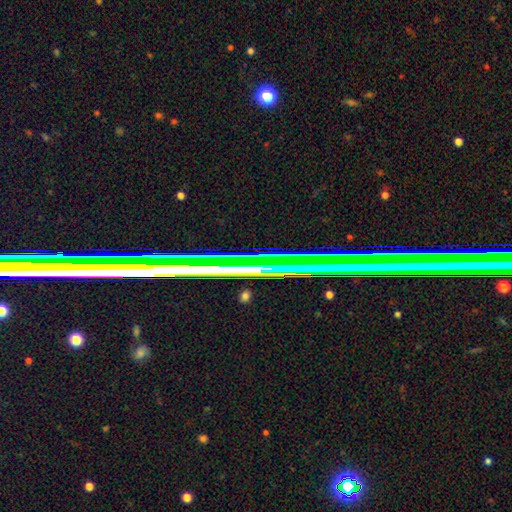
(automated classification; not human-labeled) Overall: star or artifact (67%).